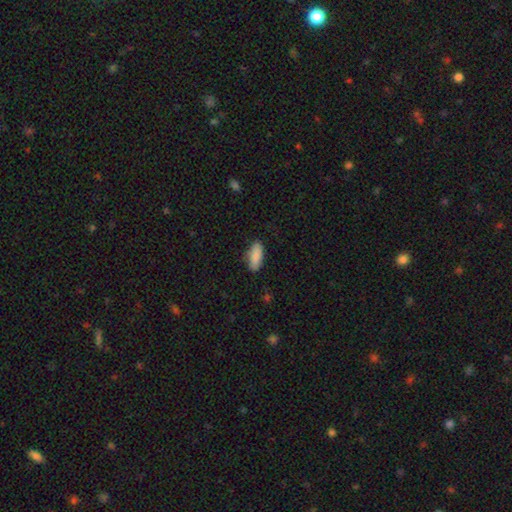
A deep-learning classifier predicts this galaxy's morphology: The model was most divided on "how rounded": in between: 75%, cigar-shaped: 24%, round: 2%. More confident: smooth or featured — smooth (89%); merging — none (83%).